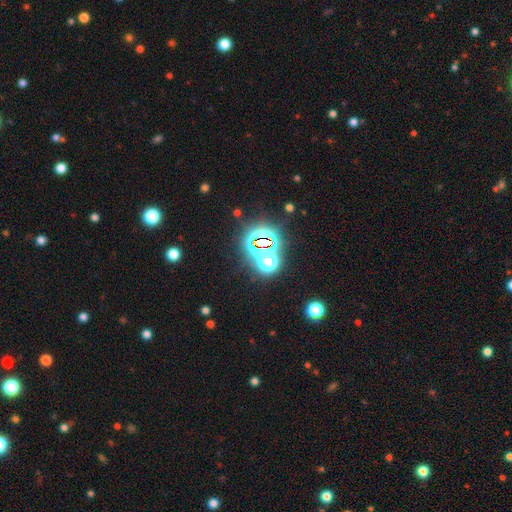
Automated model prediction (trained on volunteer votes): This is likely a star or artifact rather than a galaxy (67%).